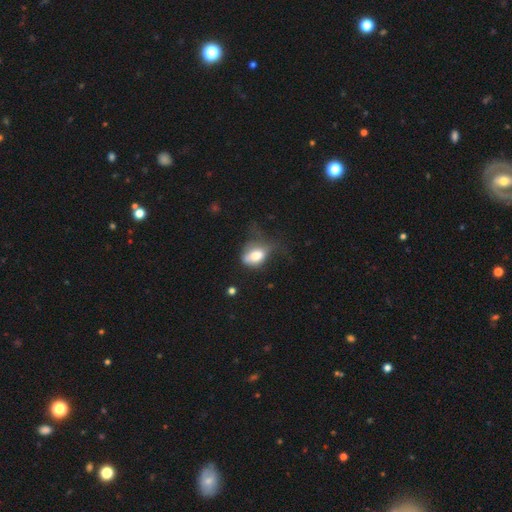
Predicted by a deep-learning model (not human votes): Smooth or featured? Predicted: smooth (p=0.70). How rounded? Predicted: in between (p=0.72). Merging? Predicted: major disturbance (p=0.38).